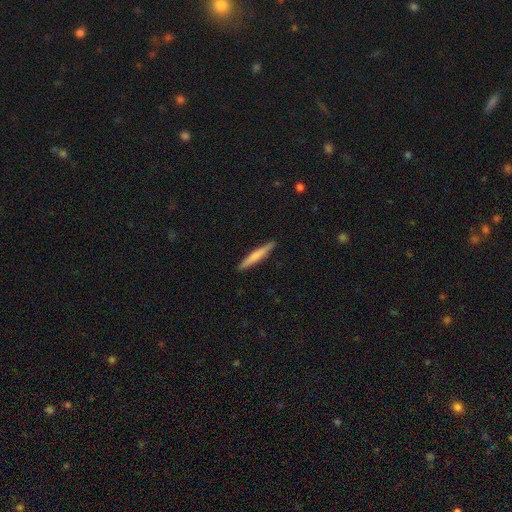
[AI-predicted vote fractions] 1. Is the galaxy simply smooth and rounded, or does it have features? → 66% smooth, 29% featured or disk, 5% star or artifact.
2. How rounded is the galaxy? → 95% cigar-shaped, 4% in between, 1% round.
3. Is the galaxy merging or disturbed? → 91% none, 7% minor disturbance, 1% major disturbance, 1% merger.